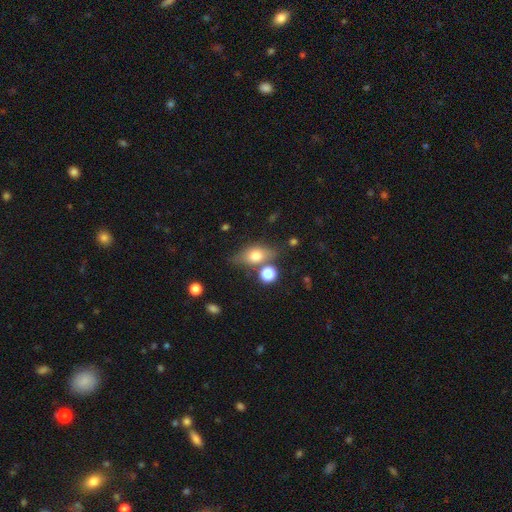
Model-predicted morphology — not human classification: smooth 66%, featured or disk 24%, star or artifact 10%. Down the decision tree: how rounded — in between (72%); merging — none (65%).